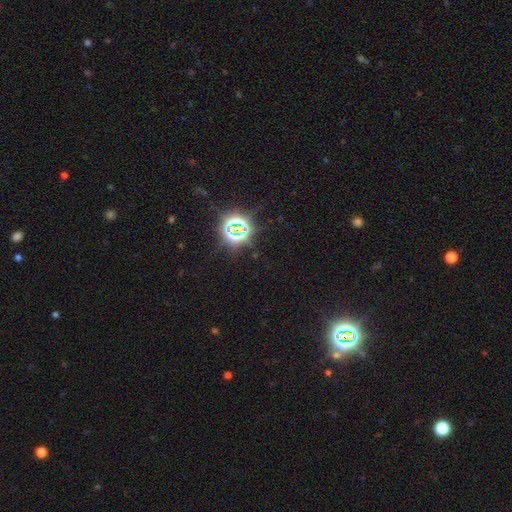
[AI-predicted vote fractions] Overall: star or artifact (79%).